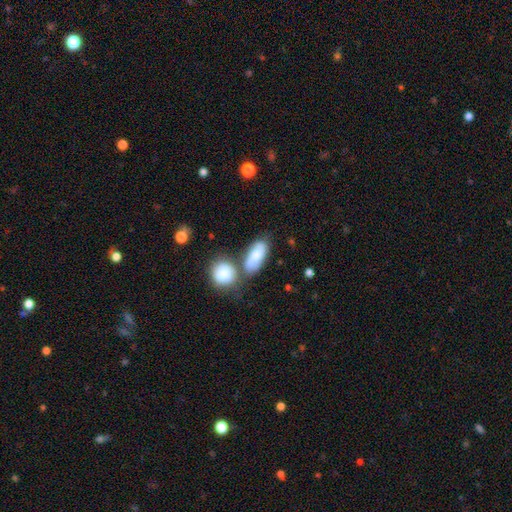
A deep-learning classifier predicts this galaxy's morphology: A smooth galaxy with no disk features (68%) that is in between round and cigar-shaped (82%). Merging: none (47%).